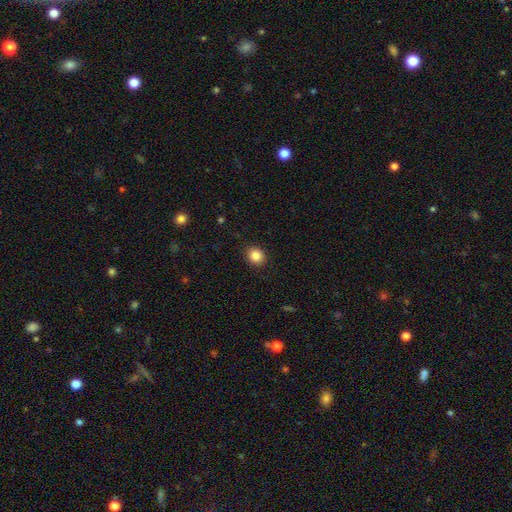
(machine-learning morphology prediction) A smooth galaxy with no disk features (85%) that is round (75%). Merging: none (90%).